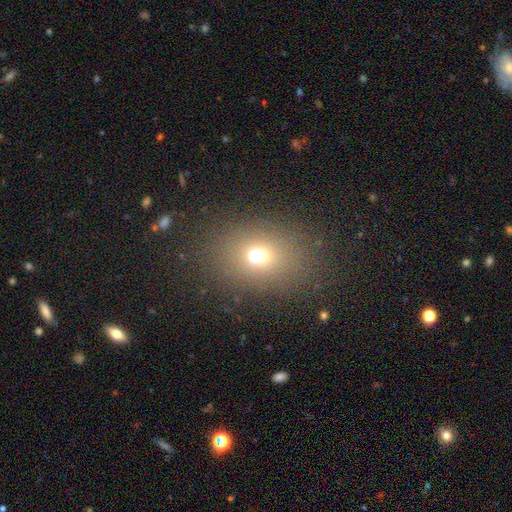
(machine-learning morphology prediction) smooth-or-featured: smooth: 63% | star or artifact: 23% | featured or disk: 14%
  how-rounded: round: 50% | in between: 48% | cigar-shaped: 1%
  merging: none: 66% | merger: 15% | minor disturbance: 11% | major disturbance: 7%